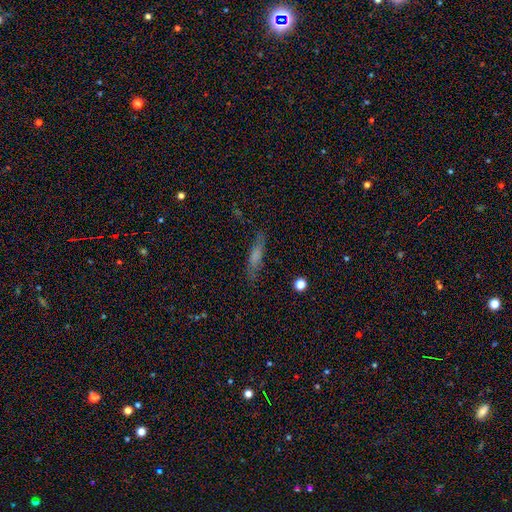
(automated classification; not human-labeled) A smooth galaxy with no disk features (59%) that is cigar-shaped (74%).

Vote fractions:
- Smooth or featured? smooth: 59% / featured or disk: 30% / star or artifact: 11%
- How rounded? cigar-shaped: 74% / in between: 23% / round: 3%
- Merging? none: 75% / minor disturbance: 18% / major disturbance: 5% / merger: 2%